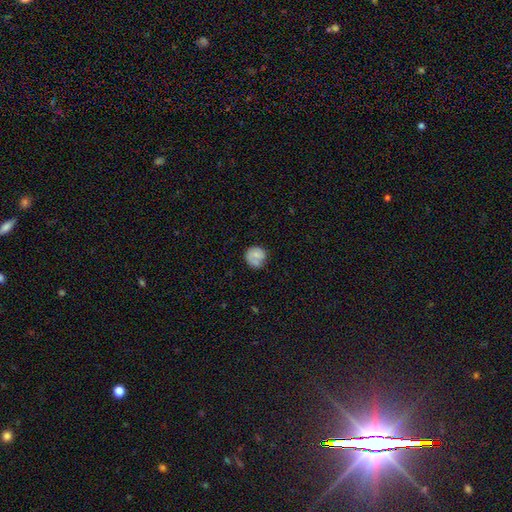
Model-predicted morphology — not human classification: A smooth galaxy with no disk features (67%) that is round (84%). Merging: none (61%).